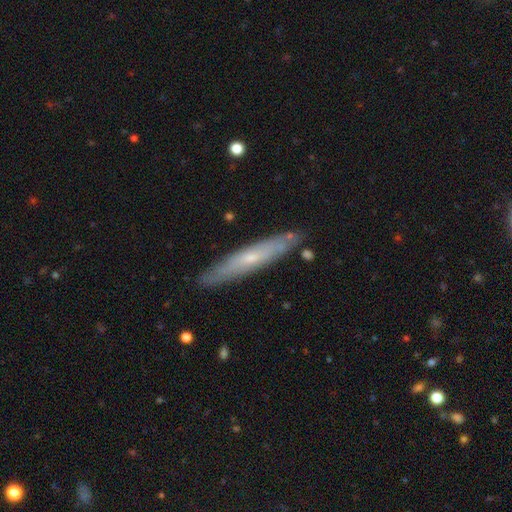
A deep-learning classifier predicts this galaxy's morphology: smooth-or-featured: featured or disk: 57% | smooth: 36% | star or artifact: 7%
  disk-edge-on: yes: 76% | no: 24%
  merging: none: 86% | minor disturbance: 11% | major disturbance: 2% | merger: 2%